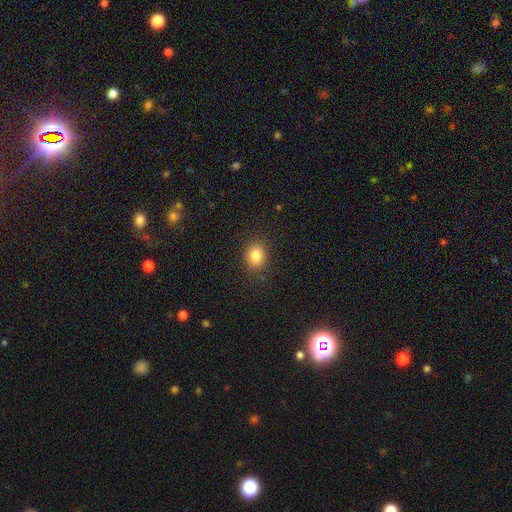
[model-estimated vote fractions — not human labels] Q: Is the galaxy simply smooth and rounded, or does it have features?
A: smooth — 83%.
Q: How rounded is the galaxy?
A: round — 52%.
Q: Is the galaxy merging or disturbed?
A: none — 87%.